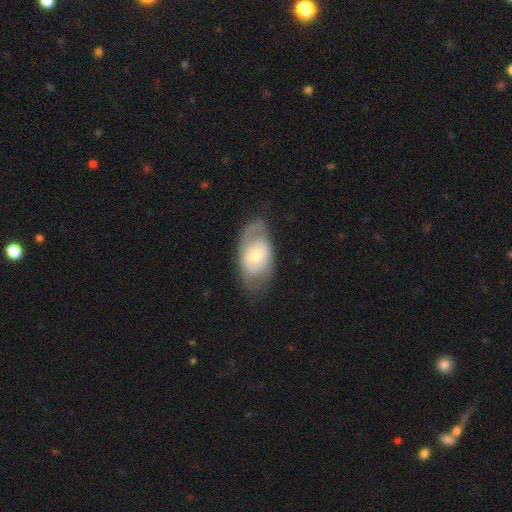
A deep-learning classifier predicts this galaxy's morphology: Smooth or featured?
  - featured or disk: 55% *
  - smooth: 39%
  - star or artifact: 6%
Edge-on disk?
  - no: 91% *
  - yes: 9%
Bar?
  - no: 69% *
  - weak: 25%
  - strong: 6%
Spiral arms?
  - yes: 52% *
  - no: 48%
Bulge size?
  - moderate: 56% *
  - small: 34%
  - large: 7%
  - none: 1%
  - dominant: 1%
Merging?
  - none: 67% *
  - minor disturbance: 21%
  - major disturbance: 11%
  - merger: 1%